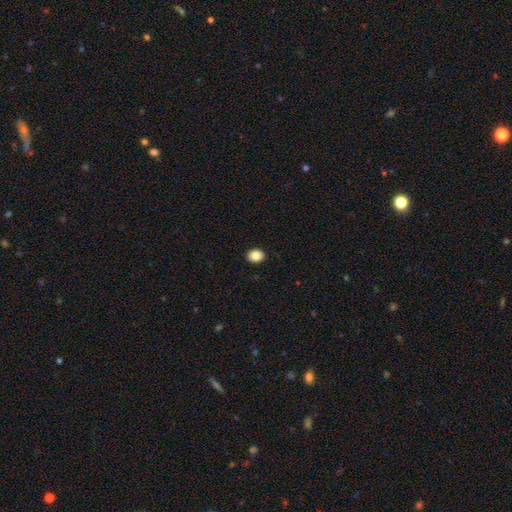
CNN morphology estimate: A smooth galaxy with no disk features (87%) that is round (53%). Merging: none (91%).